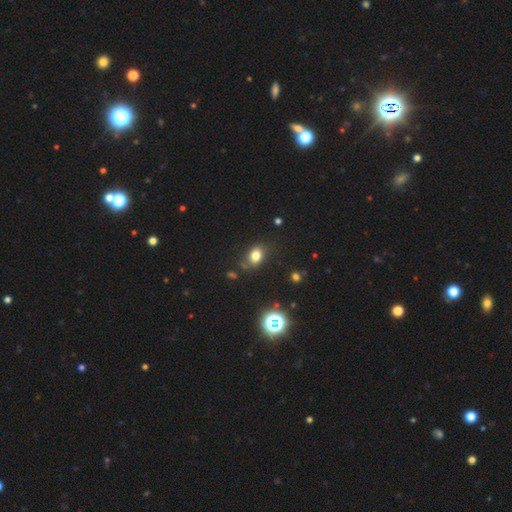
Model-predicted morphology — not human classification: A smooth galaxy with no disk features (76%) that is in between round and cigar-shaped (70%). Merging: none (75%).